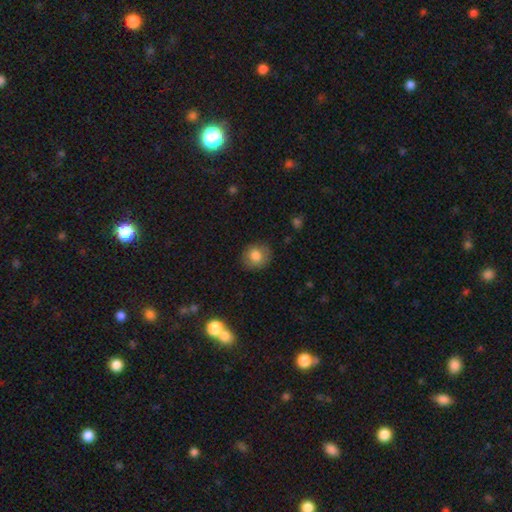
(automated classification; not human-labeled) This appears to be a smooth galaxy with no disk features (81%) that is round (83%). Merging: none (86%).